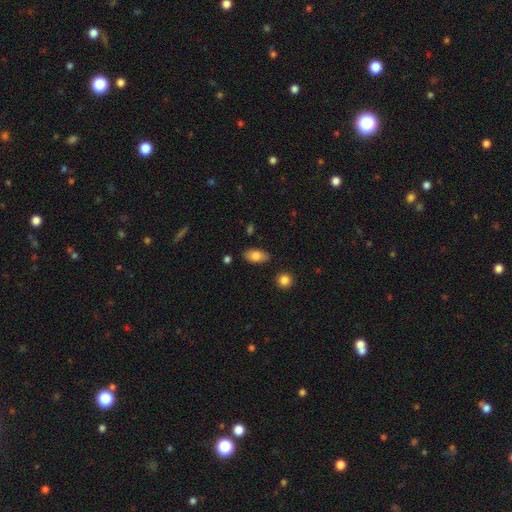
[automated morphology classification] A smooth galaxy with no disk features (81%) that is in between round and cigar-shaped (92%). Merging: none (84%).